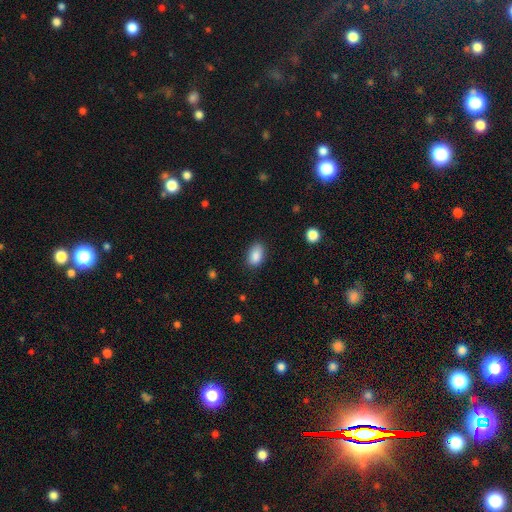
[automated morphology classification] A smooth galaxy with no disk features (88%) that is in between round and cigar-shaped (89%).

Vote fractions:
- Smooth or featured? smooth: 88% / star or artifact: 8% / featured or disk: 4%
- How rounded? in between: 89% / round: 10% / cigar-shaped: 2%
- Merging? none: 82% / minor disturbance: 14% / major disturbance: 3% / merger: 1%